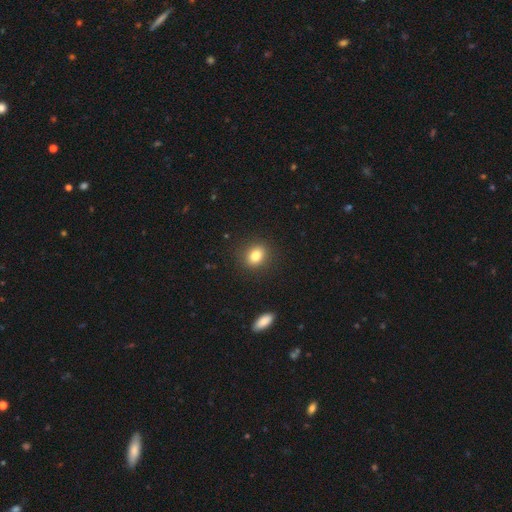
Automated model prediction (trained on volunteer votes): A smooth galaxy with no disk features (82%) that is round (56%). Merging: none (89%).